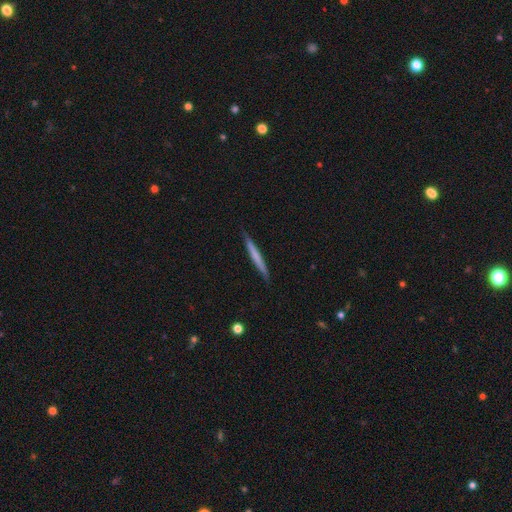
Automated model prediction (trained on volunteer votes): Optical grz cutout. It shows a smooth galaxy with no disk features (59%) that is cigar-shaped (97%). Merging: none (89%).